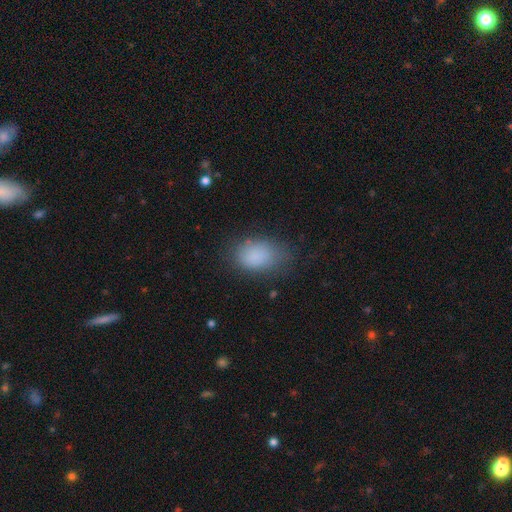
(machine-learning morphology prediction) Q: Smooth or featured?
A: smooth (85%); runner-up: star or artifact (9%)
Q: How rounded?
A: in between (83%); runner-up: round (16%)
Q: Merging?
A: none (73%); runner-up: minor disturbance (19%)